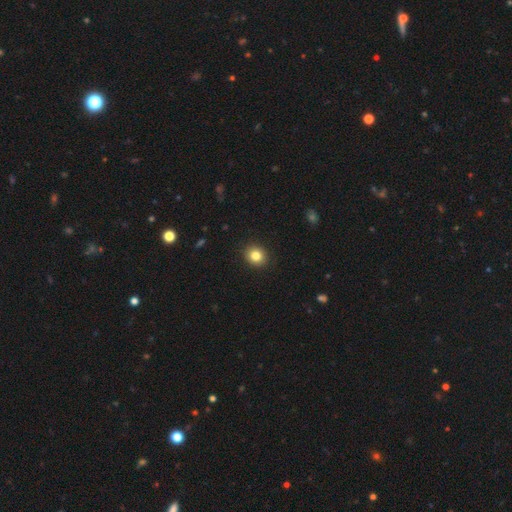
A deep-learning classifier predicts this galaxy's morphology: Smooth or featured? smooth (83%)
How rounded? round (74%)
Merging? none (91%)